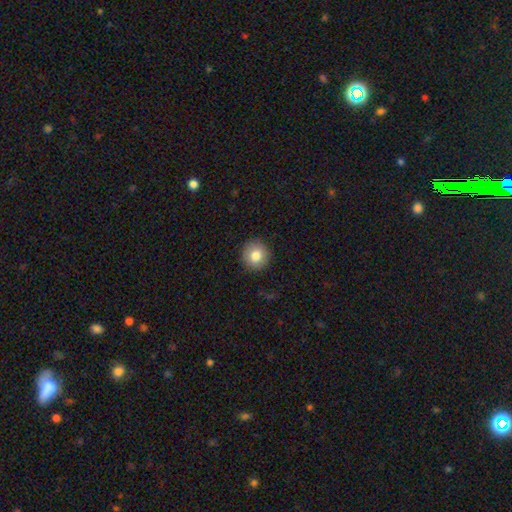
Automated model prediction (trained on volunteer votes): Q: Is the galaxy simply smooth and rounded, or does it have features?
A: smooth — 81%.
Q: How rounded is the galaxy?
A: round — 92%.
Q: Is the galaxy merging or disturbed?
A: none — 90%.